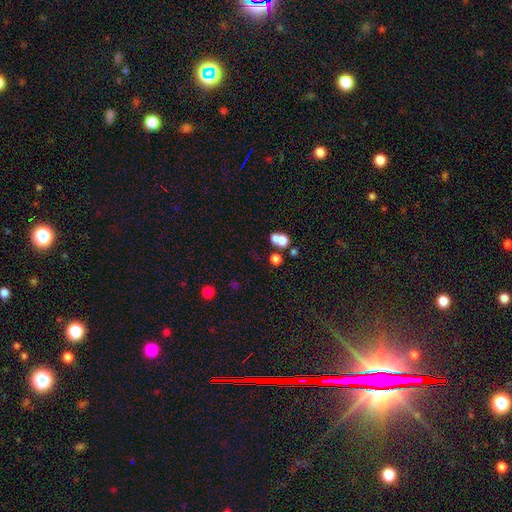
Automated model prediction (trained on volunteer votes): smooth 66%, star or artifact 23%, featured or disk 12%. Down the decision tree: how rounded — round (81%); merging — none (52%).